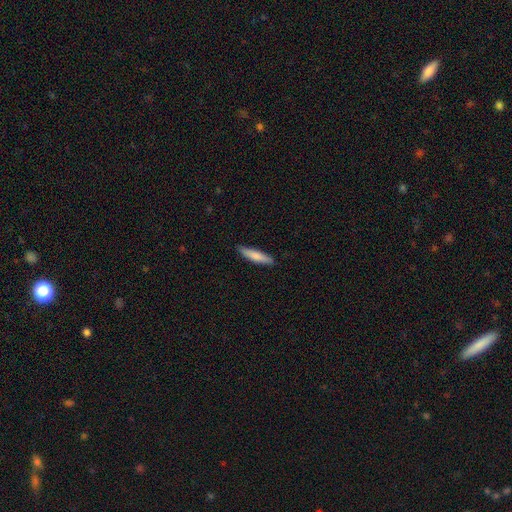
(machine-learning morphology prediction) type=smooth (78%); roundness=cigar-shaped (85%); merging=none (88%).